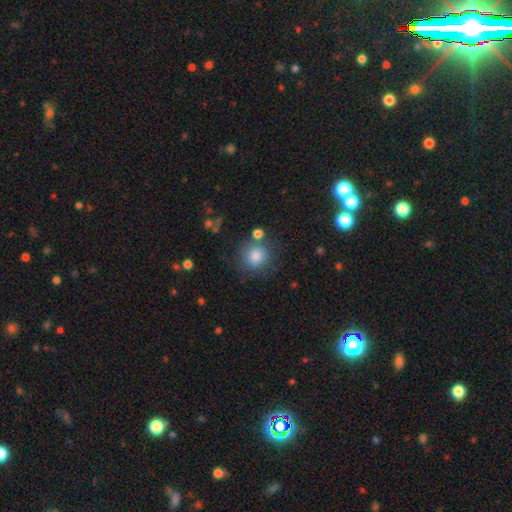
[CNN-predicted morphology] smooth_or_featured: smooth (p=0.82) [alt: star or artifact p=0.11]
how_rounded: round (p=0.91) [alt: in between p=0.08]
merging: none (p=0.75) [alt: minor disturbance p=0.12]